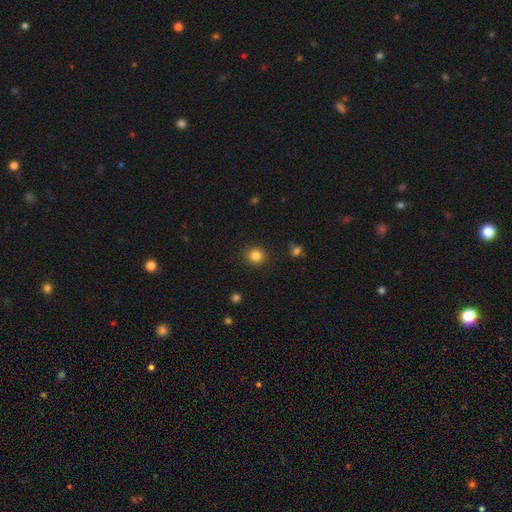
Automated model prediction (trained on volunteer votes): Q: Smooth or featured?
A: smooth (83%); runner-up: star or artifact (12%)
Q: How rounded?
A: round (88%); runner-up: in between (12%)
Q: Merging?
A: none (90%); runner-up: minor disturbance (7%)